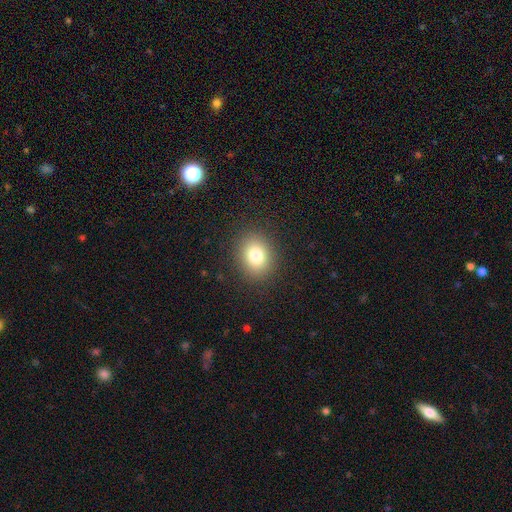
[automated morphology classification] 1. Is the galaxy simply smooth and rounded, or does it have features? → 81% smooth, 12% star or artifact, 8% featured or disk.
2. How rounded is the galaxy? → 57% round, 43% in between, 1% cigar-shaped.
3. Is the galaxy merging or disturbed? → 89% none, 7% minor disturbance, 3% major disturbance, 1% merger.